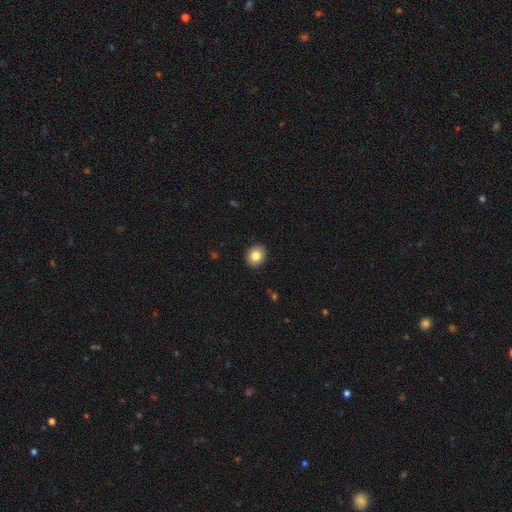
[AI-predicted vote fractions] Smooth or featured?
  - smooth: 84% *
  - star or artifact: 9%
  - featured or disk: 7%
How rounded?
  - round: 60% *
  - in between: 40%
  - cigar-shaped: 1%
Merging?
  - none: 91% *
  - minor disturbance: 7%
  - major disturbance: 2%
  - merger: 1%